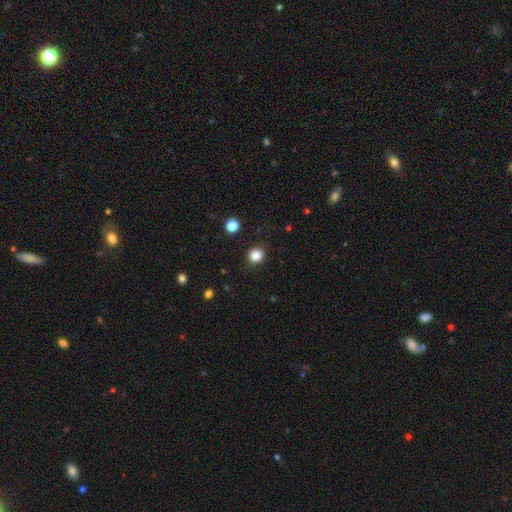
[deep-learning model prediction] Smooth or featured? smooth (85%)
How rounded? round (82%)
Merging? none (89%)